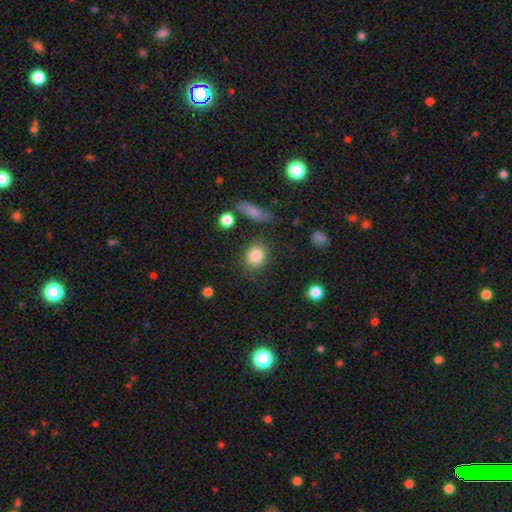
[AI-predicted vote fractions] Smooth or featured?
  - smooth: 84% *
  - star or artifact: 9%
  - featured or disk: 7%
How rounded?
  - round: 62% *
  - in between: 37%
  - cigar-shaped: 2%
Merging?
  - none: 82% *
  - minor disturbance: 11%
  - major disturbance: 4%
  - merger: 3%